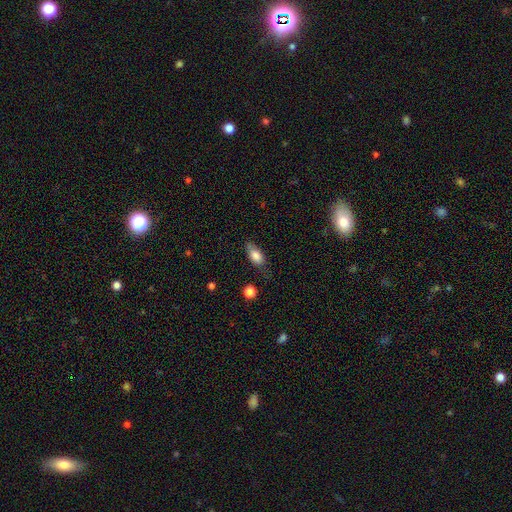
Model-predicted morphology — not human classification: Smooth or featured? smooth (80%)
How rounded? in between (84%)
Merging? none (60%)